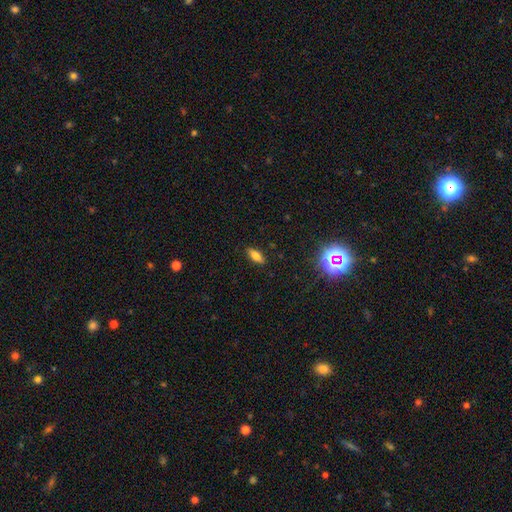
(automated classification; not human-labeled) The model was most divided on "how rounded": in between: 71%, cigar-shaped: 26%, round: 3%. More confident: merging — none (88%); smooth or featured — smooth (71%).